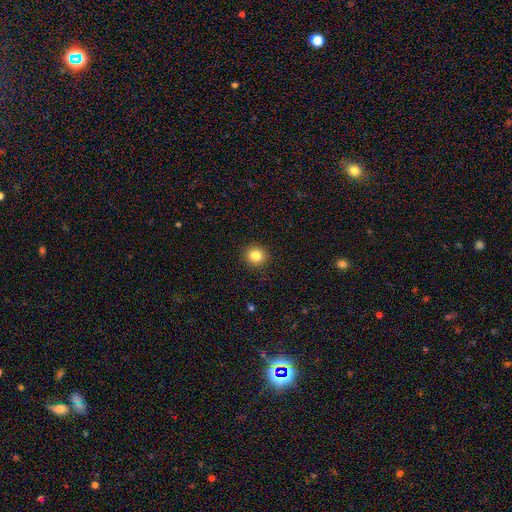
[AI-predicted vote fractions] This is clearly a smooth galaxy (84%). How rounded: clearly round (90%). Merging: clearly none (92%).